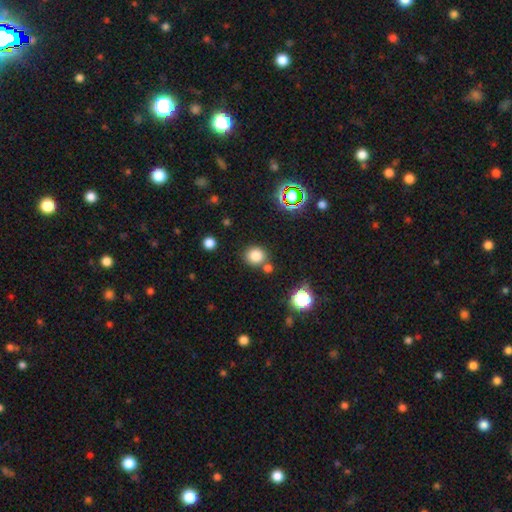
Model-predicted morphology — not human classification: type=smooth (80%); roundness=round (85%); merging=none (75%).